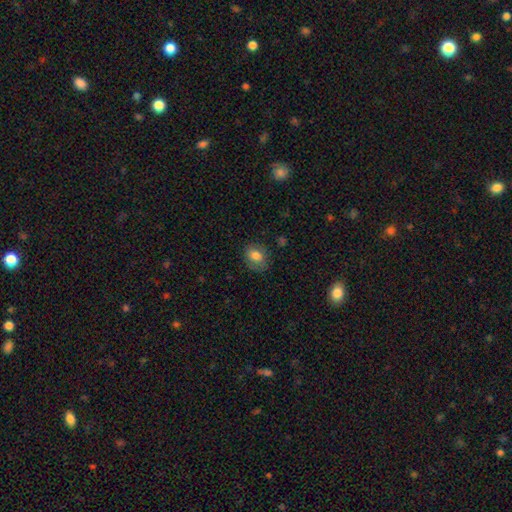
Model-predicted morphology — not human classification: The model was most divided on "how rounded": in between: 58%, round: 41%, cigar-shaped: 1%. More confident: smooth or featured — smooth (80%); merging — none (75%).